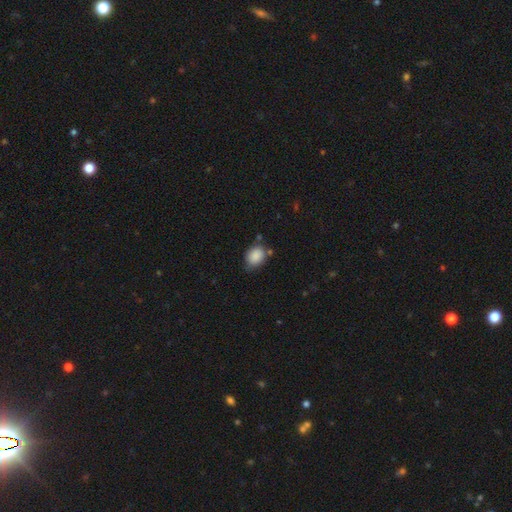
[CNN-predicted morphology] A smooth galaxy with no disk features (87%) that is in between round and cigar-shaped (58%).

Vote fractions:
- Smooth or featured? smooth: 87% / star or artifact: 8% / featured or disk: 5%
- How rounded? in between: 58% / round: 41% / cigar-shaped: 1%
- Merging? none: 64% / minor disturbance: 26% / merger: 6% / major disturbance: 5%